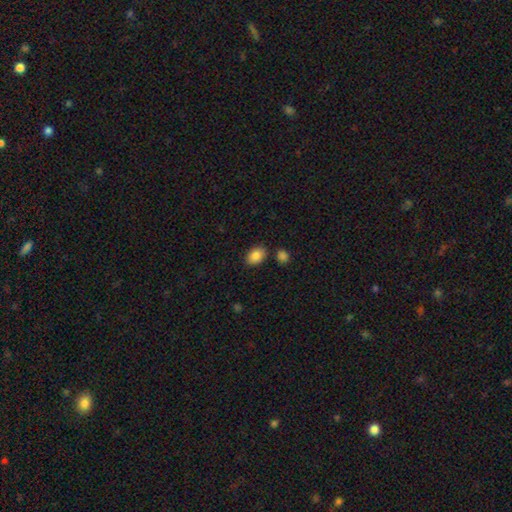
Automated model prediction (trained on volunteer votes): Q: Smooth or featured?
A: smooth (87%); runner-up: star or artifact (8%)
Q: How rounded?
A: in between (80%); runner-up: round (19%)
Q: Merging?
A: none (82%); runner-up: minor disturbance (10%)